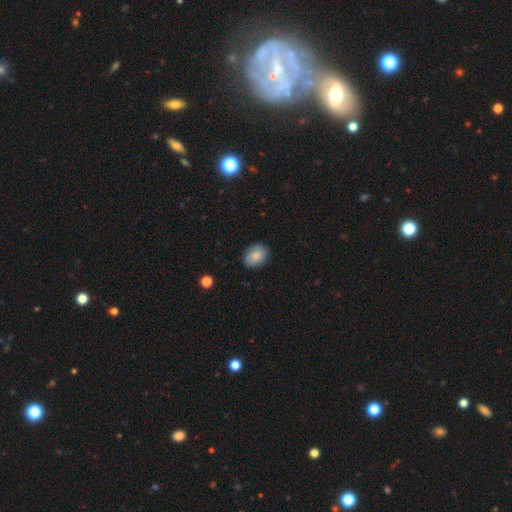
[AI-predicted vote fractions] smooth-or-featured: smooth: 86% | star or artifact: 7% | featured or disk: 6%
  how-rounded: in between: 71% | round: 28% | cigar-shaped: 1%
  merging: none: 85% | minor disturbance: 11% | major disturbance: 2% | merger: 1%